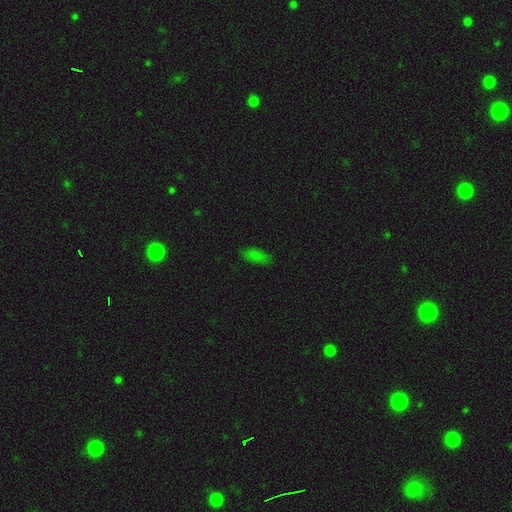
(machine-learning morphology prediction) Smooth or featured? smooth (79%)
How rounded? in between (82%)
Merging? none (81%)